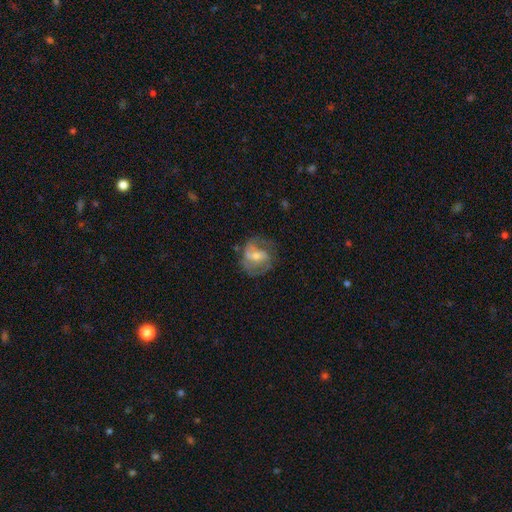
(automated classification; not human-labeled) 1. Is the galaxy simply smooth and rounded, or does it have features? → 73% featured or disk, 21% smooth, 7% star or artifact.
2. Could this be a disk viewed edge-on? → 97% no, 3% yes.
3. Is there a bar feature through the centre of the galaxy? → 47% weak, 29% no, 24% strong.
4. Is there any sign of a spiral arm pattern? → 85% yes, 15% no.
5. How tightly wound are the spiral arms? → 49% medium, 27% loose, 24% tight.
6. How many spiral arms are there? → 66% 2, 15% can't tell, 8% 3, 7% 1, 2% 4, 2% more than 4.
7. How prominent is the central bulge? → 50% moderate, 43% small, 4% large, 3% none, 1% dominant.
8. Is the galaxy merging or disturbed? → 58% none, 22% minor disturbance, 17% major disturbance, 2% merger.